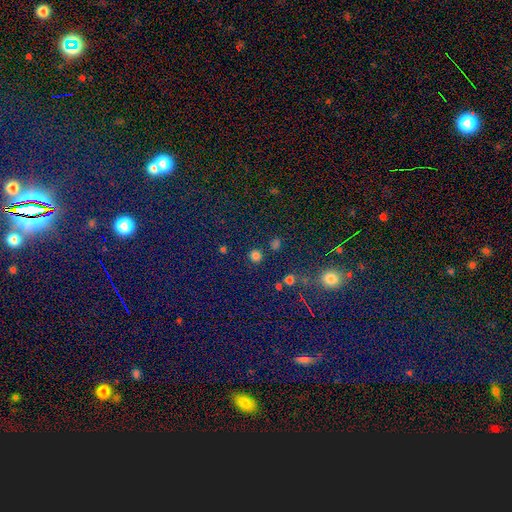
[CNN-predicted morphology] smooth_or_featured: smooth (p=0.77) [alt: star or artifact p=0.19]
how_rounded: round (p=0.92) [alt: in between p=0.07]
merging: none (p=0.87) [alt: minor disturbance p=0.06]